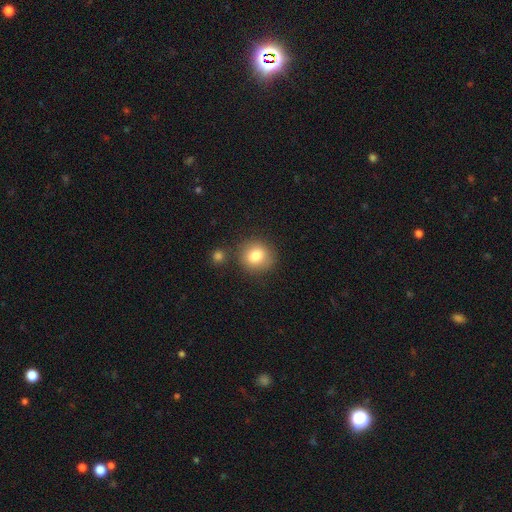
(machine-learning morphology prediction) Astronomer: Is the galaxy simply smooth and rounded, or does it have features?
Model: smooth — 81%.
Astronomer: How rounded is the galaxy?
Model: round — 87%.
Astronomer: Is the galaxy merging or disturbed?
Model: none — 79%.